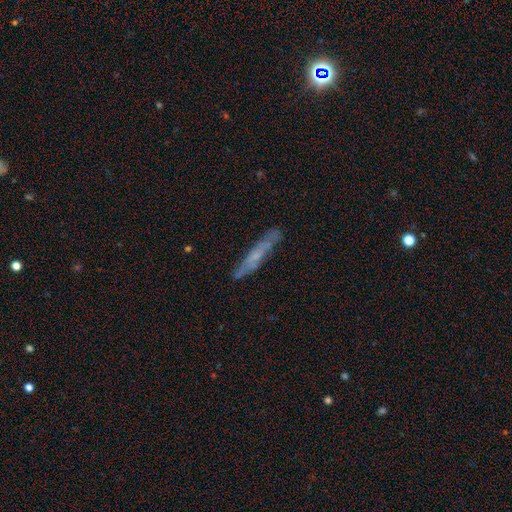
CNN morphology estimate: This is possibly a featured or disk galaxy (51%). It is likely viewed edge-on (73%). Merging: likely none (80%).